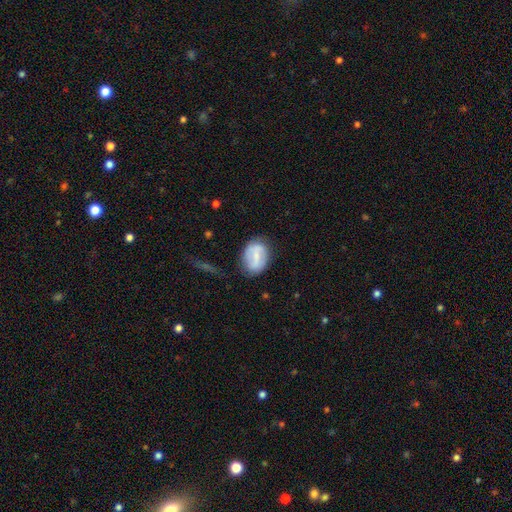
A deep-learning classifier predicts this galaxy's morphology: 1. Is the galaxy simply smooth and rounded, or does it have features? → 47% featured or disk, 45% smooth, 7% star or artifact.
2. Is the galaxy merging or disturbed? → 72% none, 19% minor disturbance, 7% major disturbance, 2% merger.